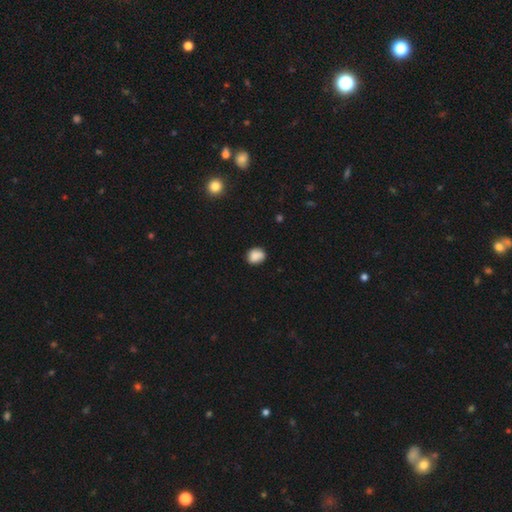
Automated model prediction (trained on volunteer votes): Smooth or featured?
  - smooth: 85% *
  - star or artifact: 9%
  - featured or disk: 6%
How rounded?
  - round: 63% *
  - in between: 36%
  - cigar-shaped: 1%
Merging?
  - none: 75% *
  - minor disturbance: 19%
  - major disturbance: 4%
  - merger: 2%